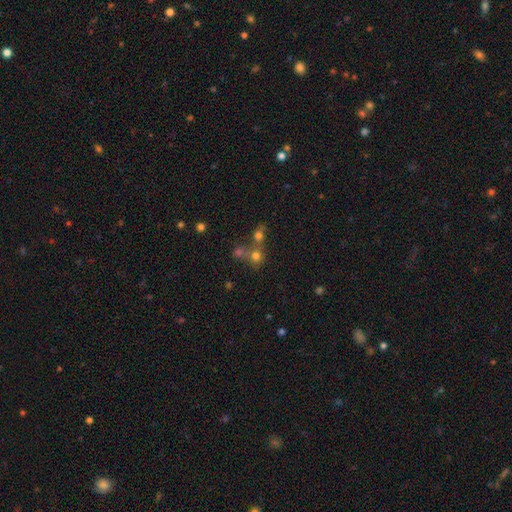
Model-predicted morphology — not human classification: A smooth galaxy with no disk features (68%) that is round (82%). Merging: merger (48%).